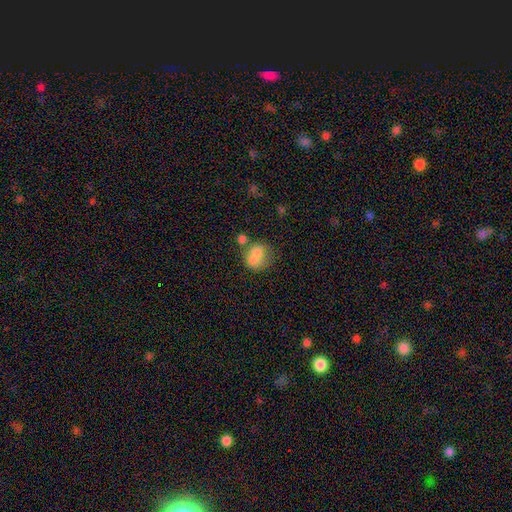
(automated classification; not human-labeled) Smooth or featured: smooth — 70% (featured or disk — 19%)
How rounded: round — 64% (in between — 35%)
Merging: merger — 39% (none — 34%)